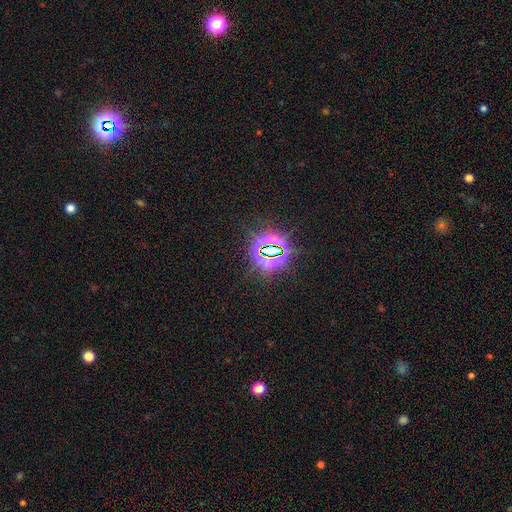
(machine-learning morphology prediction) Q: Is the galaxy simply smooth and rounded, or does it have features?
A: star or artifact — 79%.